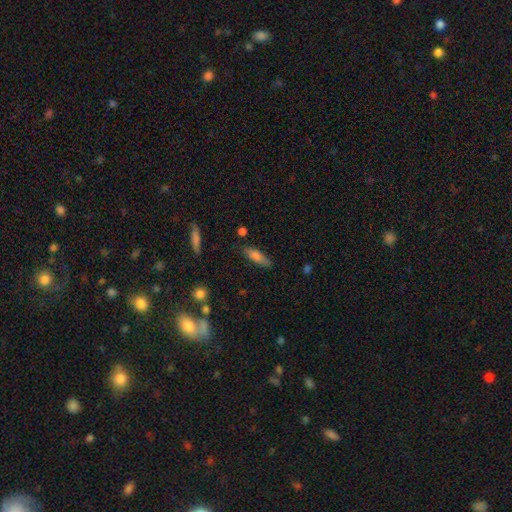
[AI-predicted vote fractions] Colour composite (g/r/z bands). It shows a smooth galaxy with no disk features (74%) that is cigar-shaped (54%). Merging: none (77%).